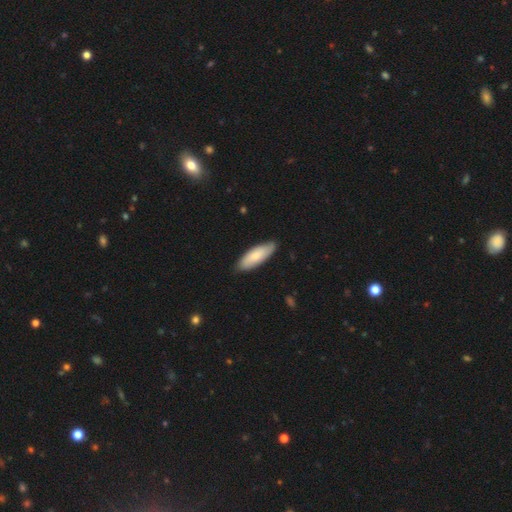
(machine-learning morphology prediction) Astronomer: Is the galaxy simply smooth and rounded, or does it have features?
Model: smooth — 80%.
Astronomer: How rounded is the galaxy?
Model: in between — 67%.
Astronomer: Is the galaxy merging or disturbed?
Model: none — 84%.